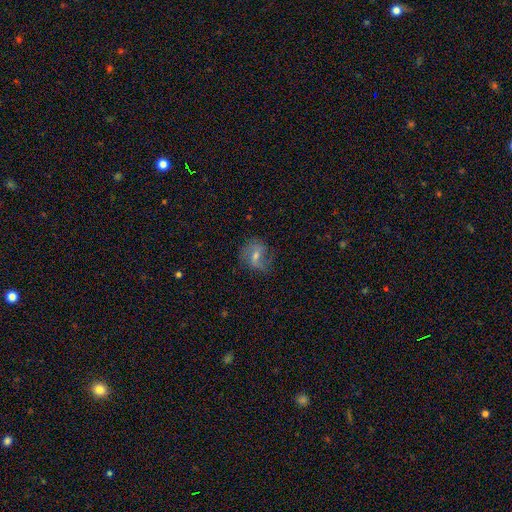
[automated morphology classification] Smooth or featured? featured or disk (57%)
Edge-on disk? no (95%)
Bar? weak (49%)
Spiral arms? yes (79%)
Bulge size? moderate (45%)
Merging? none (65%)